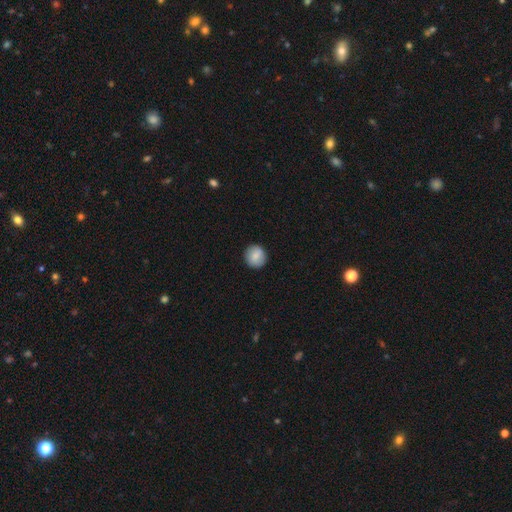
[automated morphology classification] This appears to be a smooth galaxy with no disk features (82%) that is round (91%). Merging: none (90%).